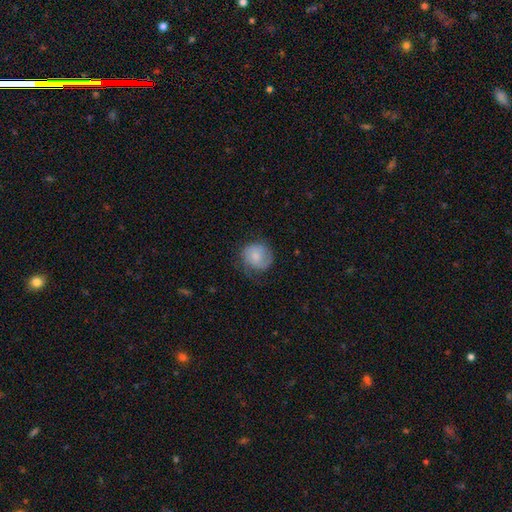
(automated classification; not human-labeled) This appears to be a smooth galaxy with no disk features (64%) that is round (83%). Merging: none (54%).